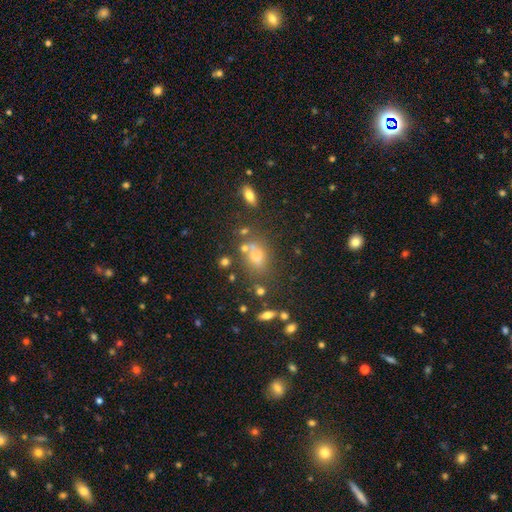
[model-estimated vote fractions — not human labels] A smooth galaxy with no disk features (58%) that is in between round and cigar-shaped (62%). Merging: none (58%).